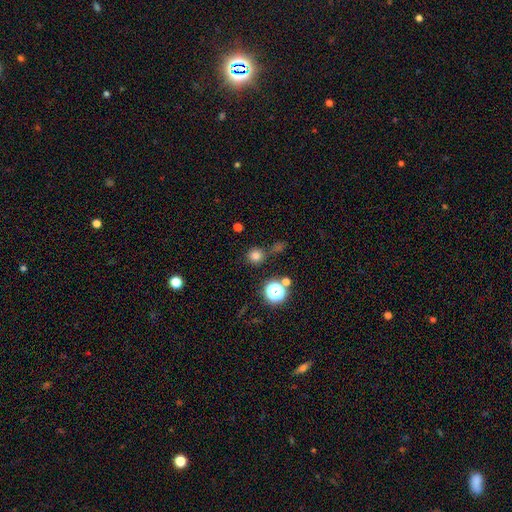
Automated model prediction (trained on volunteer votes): smooth_or_featured: smooth (p=0.74) [alt: star or artifact p=0.20]
how_rounded: round (p=0.92) [alt: in between p=0.07]
merging: none (p=0.76) [alt: merger p=0.10]